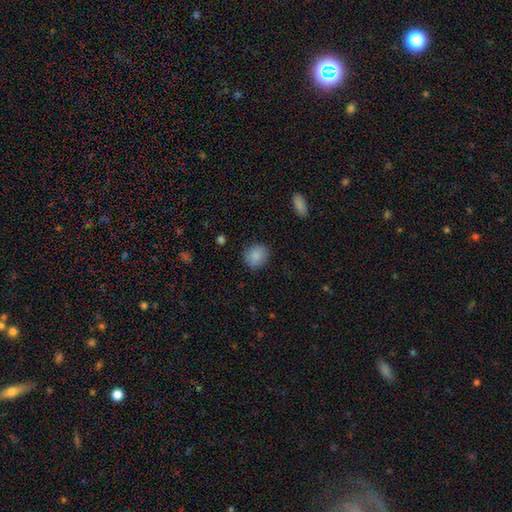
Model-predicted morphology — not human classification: Smooth or featured? Predicted: smooth (p=0.87). How rounded? Predicted: round (p=0.80). Merging? Predicted: none (p=0.87).